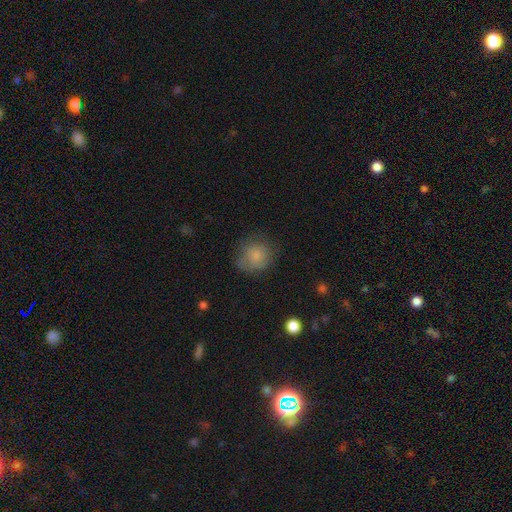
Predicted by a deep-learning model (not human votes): This appears to be a smooth galaxy with no disk features (81%) that is round (85%). Merging: none (65%).